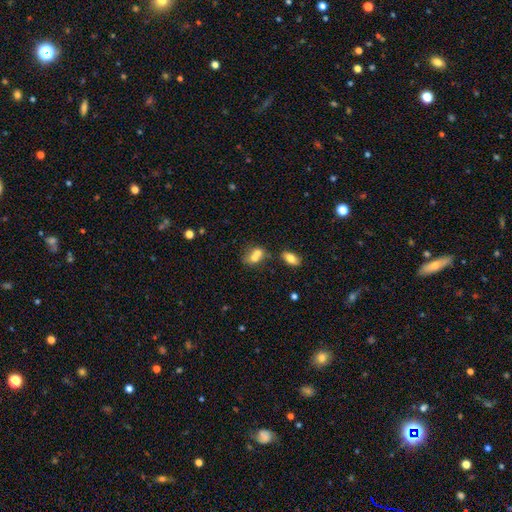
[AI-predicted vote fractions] Q: Smooth or featured?
A: smooth (70%); runner-up: featured or disk (20%)
Q: How rounded?
A: in between (57%); runner-up: round (41%)
Q: Merging?
A: merger (62%); runner-up: none (26%)